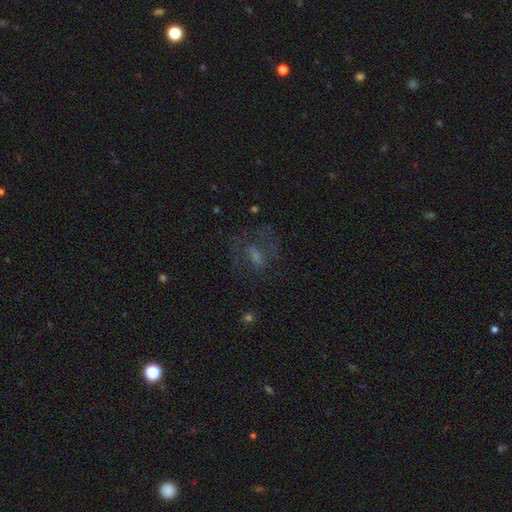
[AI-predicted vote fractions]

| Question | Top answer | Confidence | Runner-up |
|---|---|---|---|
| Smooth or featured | featured or disk | 44% | smooth (35%) |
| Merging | none | 51% | major disturbance (29%) |